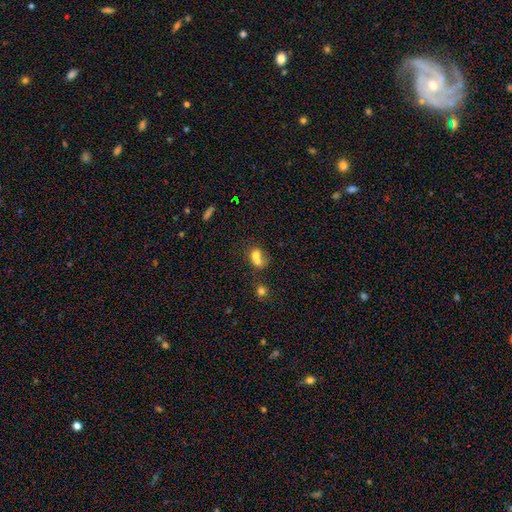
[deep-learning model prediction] smooth_or_featured: smooth (p=0.69) [alt: featured or disk p=0.18]
how_rounded: round (p=0.52) [alt: in between p=0.46]
merging: merger (p=0.68) [alt: none p=0.21]